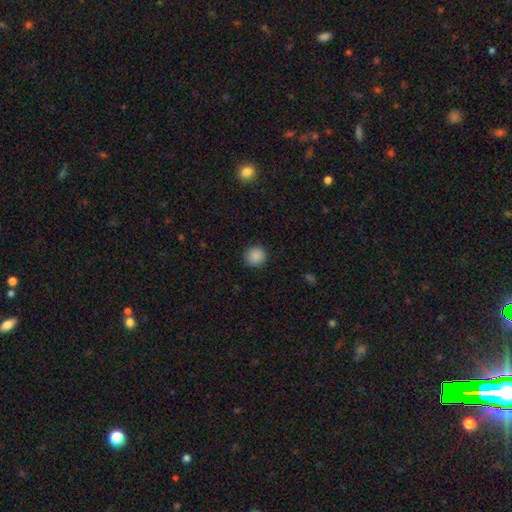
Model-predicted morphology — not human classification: Q: Smooth or featured?
A: smooth (88%); runner-up: star or artifact (9%)
Q: How rounded?
A: round (91%); runner-up: in between (8%)
Q: Merging?
A: none (89%); runner-up: minor disturbance (7%)